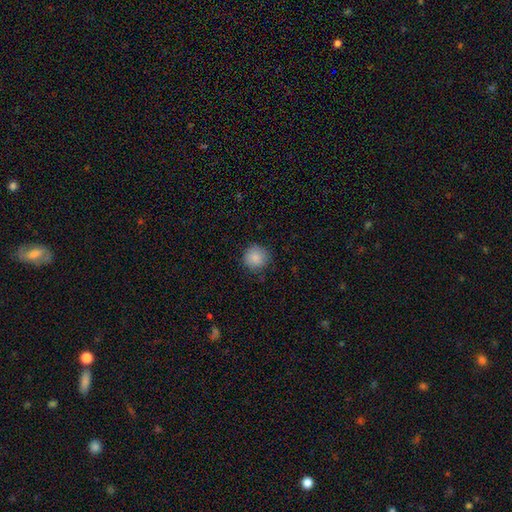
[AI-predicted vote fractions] Smooth or featured: smooth — 87% (star or artifact — 9%)
How rounded: round — 93% (in between — 6%)
Merging: none — 84% (minor disturbance — 12%)